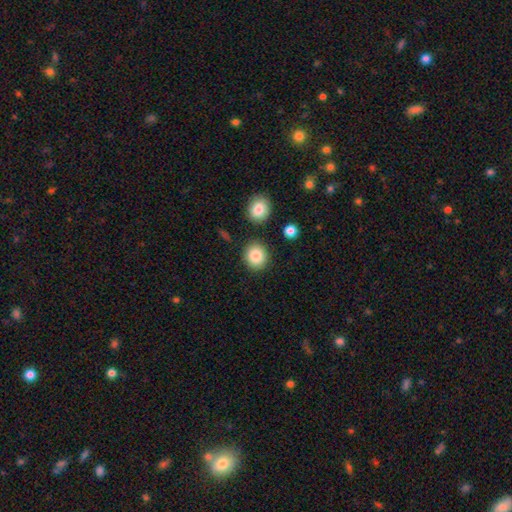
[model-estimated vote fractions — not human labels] A smooth galaxy with no disk features (86%) that is round (76%). Merging: none (85%).